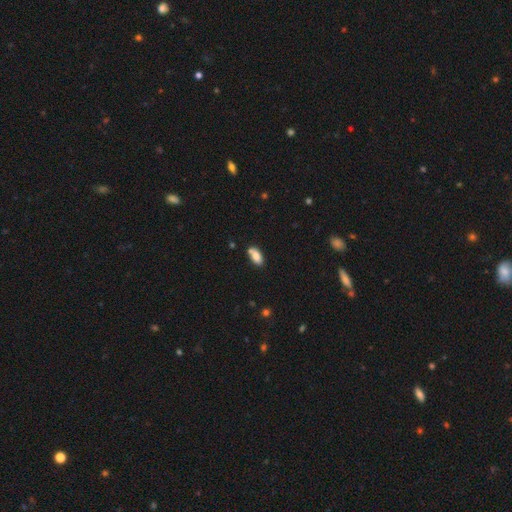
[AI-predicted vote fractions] smooth-or-featured: smooth: 81% | featured or disk: 11% | star or artifact: 8%
  how-rounded: in between: 90% | cigar-shaped: 7% | round: 3%
  merging: none: 59% | merger: 20% | minor disturbance: 17% | major disturbance: 4%